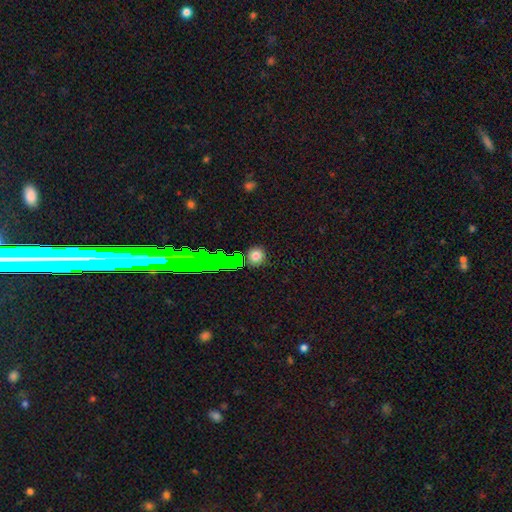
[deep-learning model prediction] The model was most divided on "smooth or featured": smooth: 74%, star or artifact: 19%, featured or disk: 7%. More confident: how rounded — round (90%); merging — none (85%).